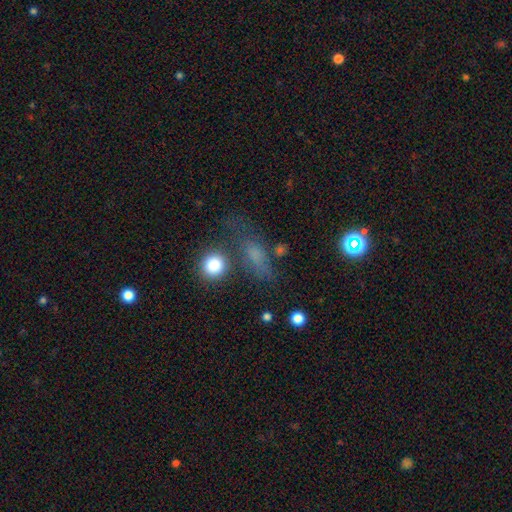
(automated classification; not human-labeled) smooth 60%, featured or disk 21%, star or artifact 19%. Down the decision tree: how rounded — in between (52%); merging — none (53%).